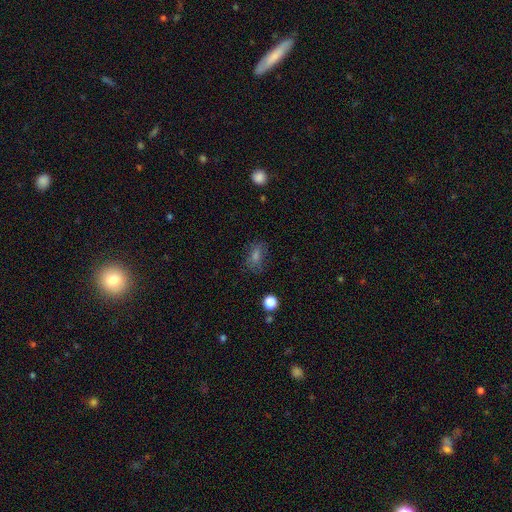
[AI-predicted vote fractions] A smooth galaxy with no disk features (59%) that is in between round and cigar-shaped (73%).

Vote fractions:
- Smooth or featured? smooth: 59% / star or artifact: 22% / featured or disk: 19%
- How rounded? in between: 73% / round: 21% / cigar-shaped: 5%
- Merging? none: 75% / minor disturbance: 16% / major disturbance: 7% / merger: 2%